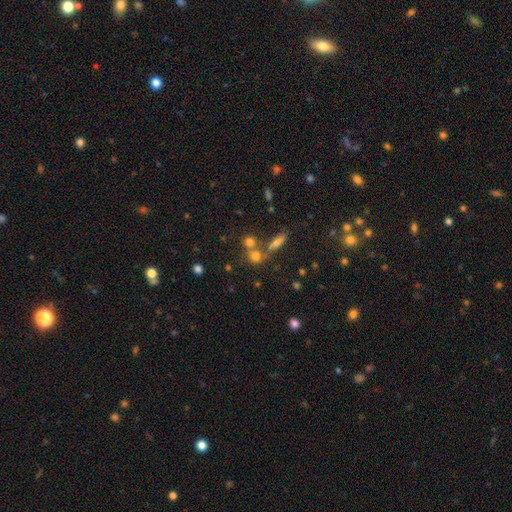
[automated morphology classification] Smooth or featured? smooth (69%)
How rounded? round (72%)
Merging? none (51%)